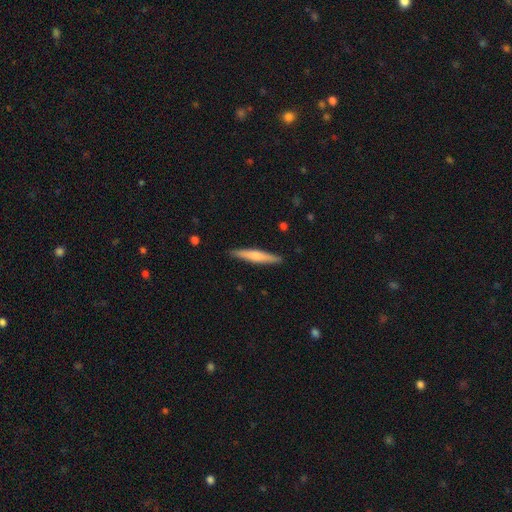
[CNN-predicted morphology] Q: Smooth or featured?
A: smooth (57%); runner-up: featured or disk (38%)
Q: How rounded?
A: cigar-shaped (93%); runner-up: in between (5%)
Q: Merging?
A: none (90%); runner-up: minor disturbance (7%)